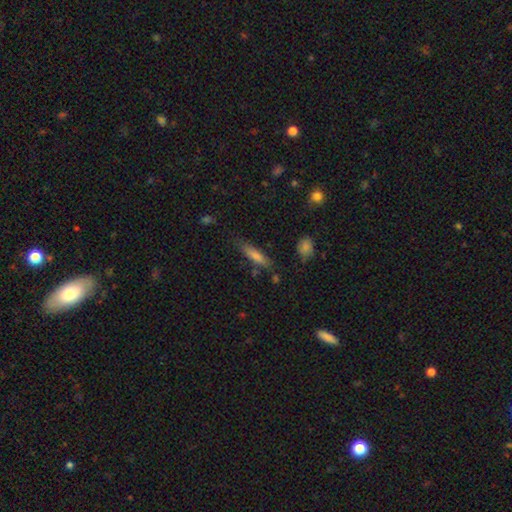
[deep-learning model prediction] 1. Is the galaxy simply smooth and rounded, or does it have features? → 69% smooth, 22% featured or disk, 9% star or artifact.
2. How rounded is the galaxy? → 77% cigar-shaped, 21% in between, 2% round.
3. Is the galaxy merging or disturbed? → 77% none, 16% minor disturbance, 4% major disturbance, 3% merger.